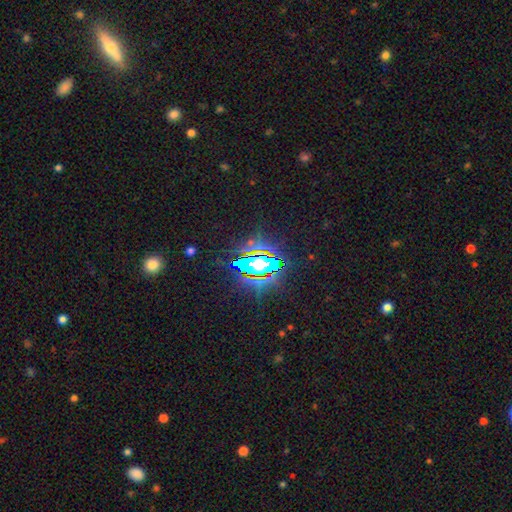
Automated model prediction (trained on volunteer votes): This appears to be a star or artifact, not a galaxy (81%).